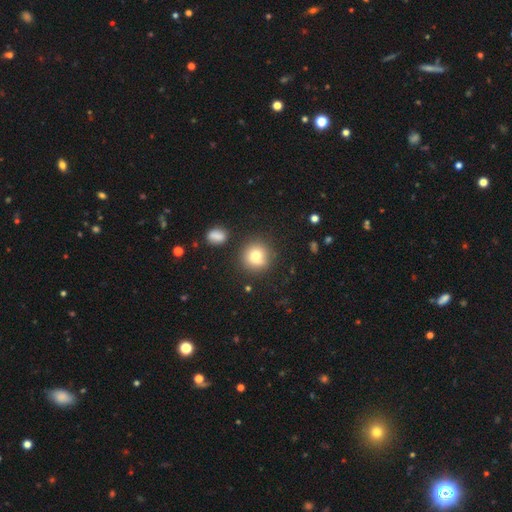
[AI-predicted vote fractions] smooth-or-featured: smooth: 76% | featured or disk: 12% | star or artifact: 12%
  how-rounded: round: 91% | in between: 8% | cigar-shaped: 1%
  merging: none: 78% | minor disturbance: 13% | merger: 5% | major disturbance: 4%